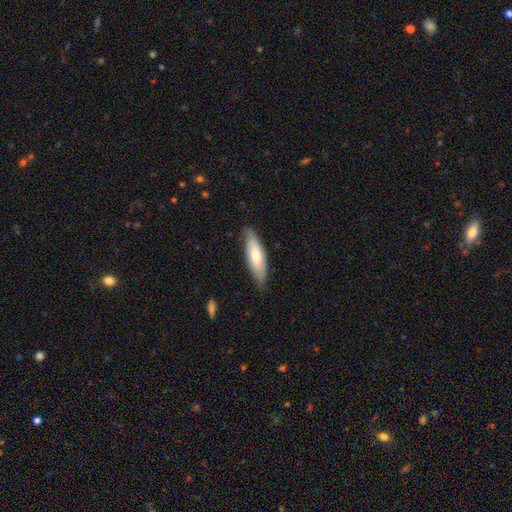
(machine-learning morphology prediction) This appears to be a smooth galaxy with no disk features (61%) that is in between round and cigar-shaped (50%). Merging: none (80%).